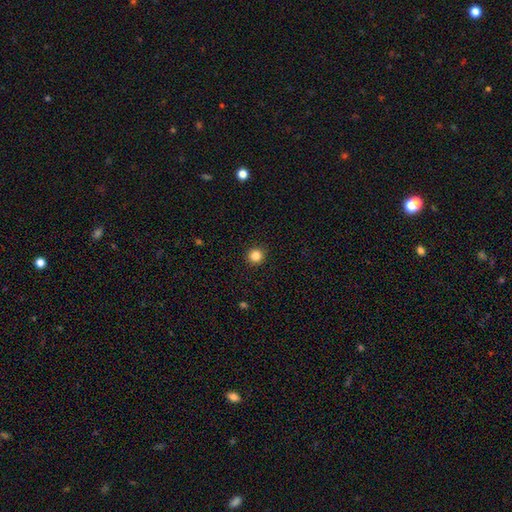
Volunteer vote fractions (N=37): Volunteers were most divided on "smooth or featured": smooth: 86%, featured or disk: 8%, star or artifact: 5%. More confident: how rounded — round (91%); merging — none (89%).